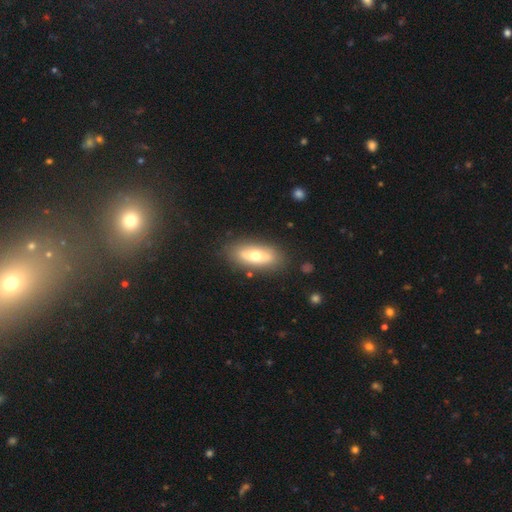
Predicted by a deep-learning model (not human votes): smooth 57%, featured or disk 37%, star or artifact 6%. Down the decision tree: how rounded — in between (81%); merging — none (83%).